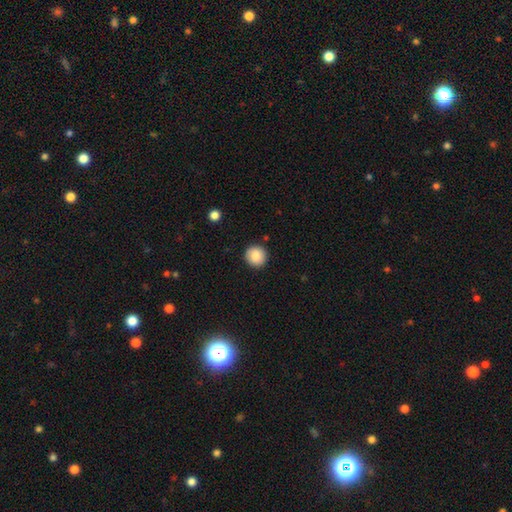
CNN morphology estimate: smooth_or_featured: smooth (p=0.86) [alt: star or artifact p=0.08]
how_rounded: round (p=0.94) [alt: in between p=0.05]
merging: none (p=0.90) [alt: minor disturbance p=0.07]